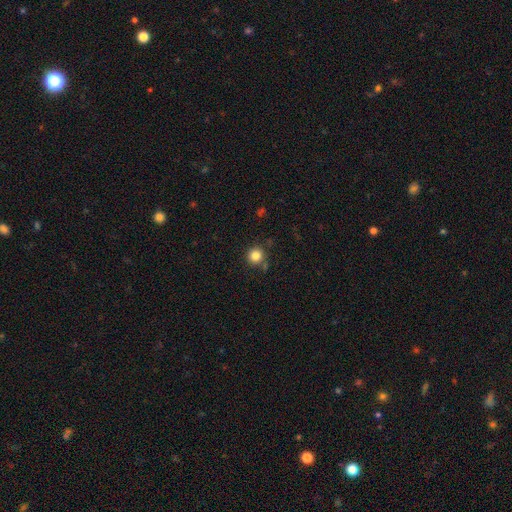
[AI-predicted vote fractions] smooth_or_featured: smooth (p=0.83) [alt: star or artifact p=0.12]
how_rounded: round (p=0.94) [alt: in between p=0.05]
merging: none (p=0.83) [alt: minor disturbance p=0.09]